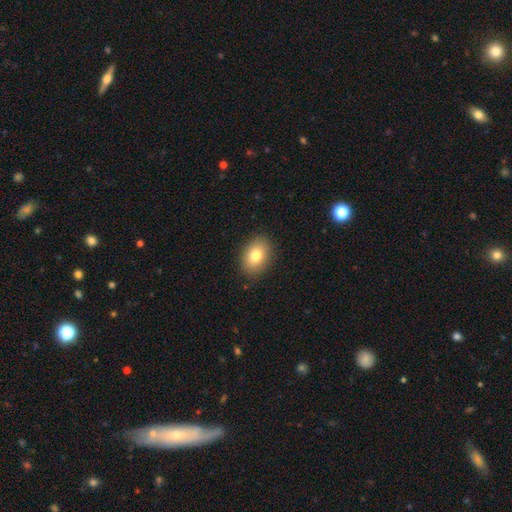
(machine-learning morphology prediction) Smooth or featured?
  - smooth: 80% *
  - featured or disk: 11%
  - star or artifact: 9%
How rounded?
  - in between: 80% *
  - round: 19%
  - cigar-shaped: 1%
Merging?
  - none: 88% *
  - minor disturbance: 9%
  - major disturbance: 2%
  - merger: 1%